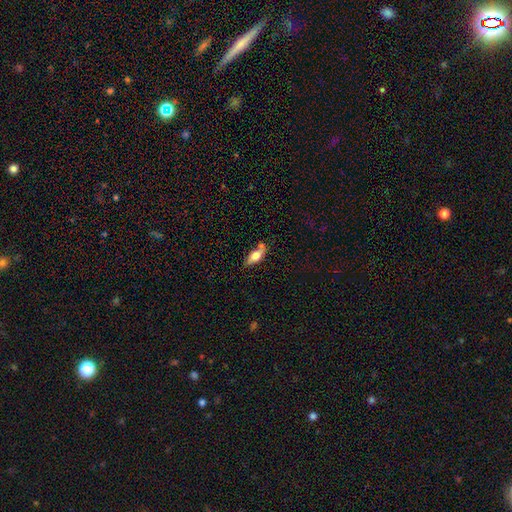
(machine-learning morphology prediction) Smooth or featured: smooth — 64% (featured or disk — 28%)
How rounded: in between — 74% (cigar-shaped — 22%)
Merging: none — 57% (minor disturbance — 21%)